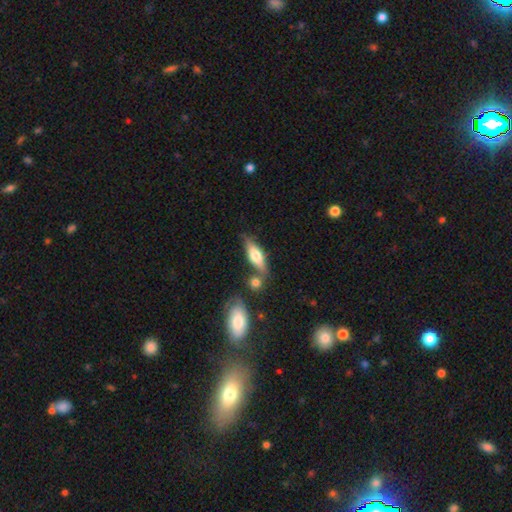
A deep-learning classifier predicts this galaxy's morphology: This appears to be a smooth galaxy with no disk features (56%) that is in between round and cigar-shaped (58%). Merging: none (65%).